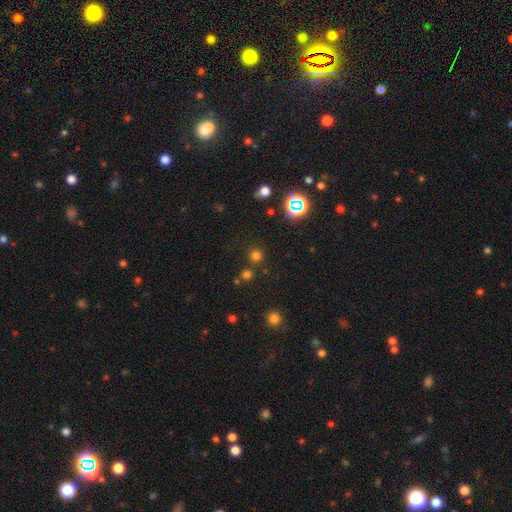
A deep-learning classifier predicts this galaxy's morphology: The model was most divided on "smooth or featured": smooth: 67%, star or artifact: 27%, featured or disk: 5%. More confident: how rounded — round (94%); merging — none (83%).